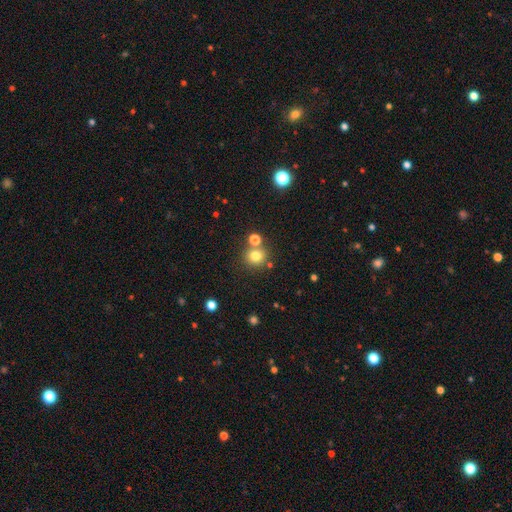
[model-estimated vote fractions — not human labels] Q: Smooth or featured?
A: smooth (77%); runner-up: star or artifact (15%)
Q: How rounded?
A: round (89%); runner-up: in between (10%)
Q: Merging?
A: none (71%); runner-up: merger (17%)